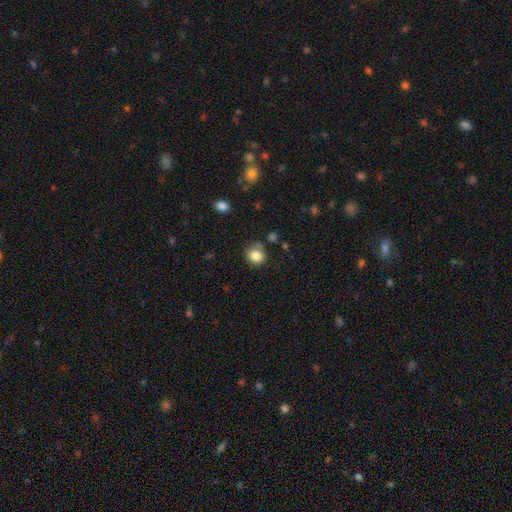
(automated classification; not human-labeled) A smooth galaxy with no disk features (83%) that is round (77%). Merging: none (67%).